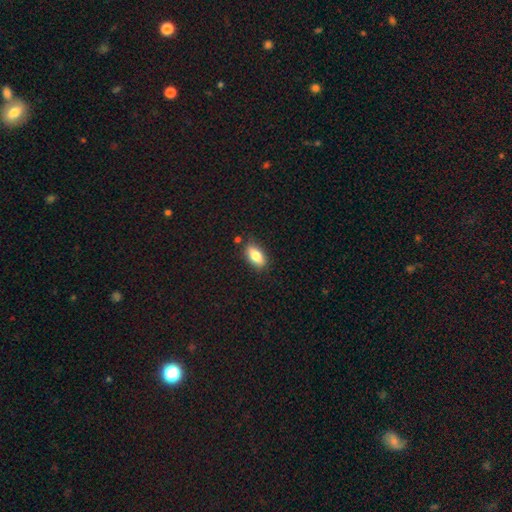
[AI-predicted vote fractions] Smooth or featured? smooth (80%)
How rounded? in between (87%)
Merging? none (82%)